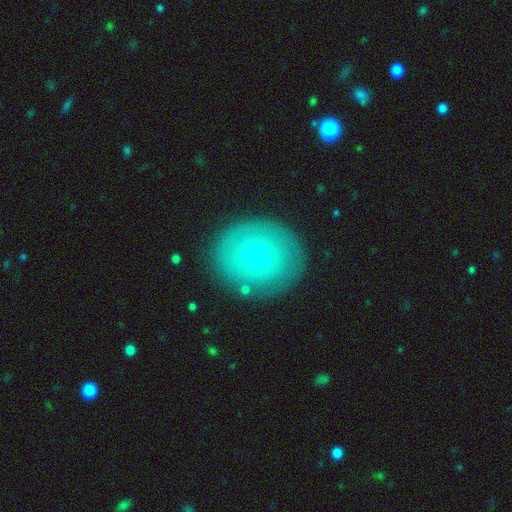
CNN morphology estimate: The model was most divided on "smooth or featured": smooth: 63%, featured or disk: 27%, star or artifact: 10%. More confident: merging — none (85%); how rounded — round (74%).